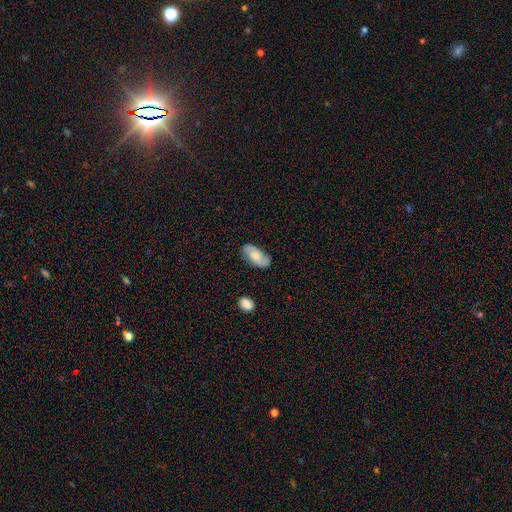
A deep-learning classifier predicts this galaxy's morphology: Smooth or featured? Predicted: featured or disk (p=0.63). Edge-on disk? Predicted: no (p=0.95). Bar? Predicted: no (p=0.60). Spiral arms? Predicted: yes (p=0.92). Spiral winding? Predicted: medium (p=0.47). Spiral arm count? Predicted: 2 (p=0.88). Bulge size? Predicted: moderate (p=0.41). Merging? Predicted: none (p=0.80).